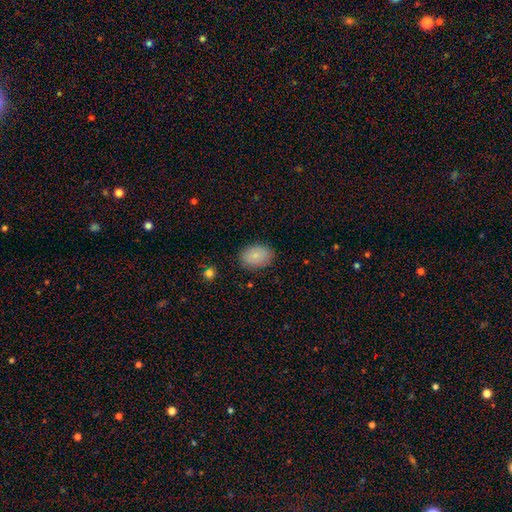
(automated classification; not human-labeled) Smooth or featured? Predicted: smooth (p=0.85). How rounded? Predicted: in between (p=0.82). Merging? Predicted: none (p=0.86).